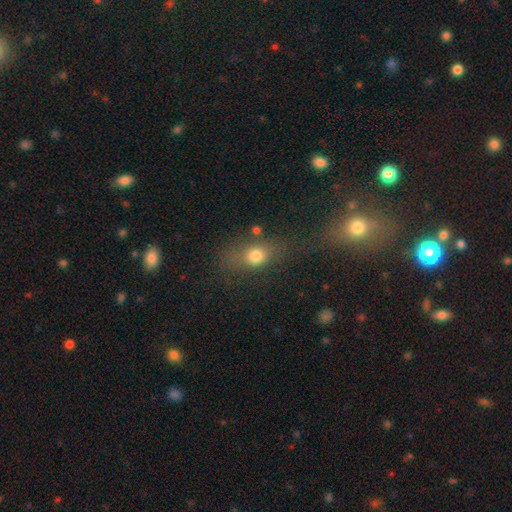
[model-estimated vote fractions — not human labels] Smooth or featured: smooth — 73% (star or artifact — 13%)
How rounded: in between — 53% (round — 40%)
Merging: none — 54% (minor disturbance — 19%)